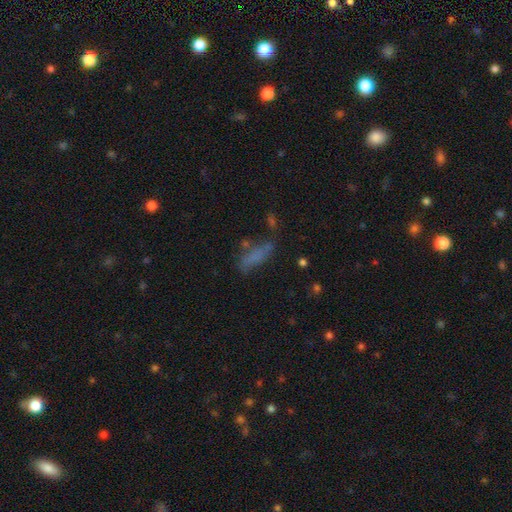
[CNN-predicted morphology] Smooth or featured?
  - smooth: 64% *
  - featured or disk: 22%
  - star or artifact: 14%
How rounded?
  - cigar-shaped: 53% *
  - in between: 44%
  - round: 3%
Merging?
  - none: 50% *
  - minor disturbance: 24%
  - major disturbance: 16%
  - merger: 10%